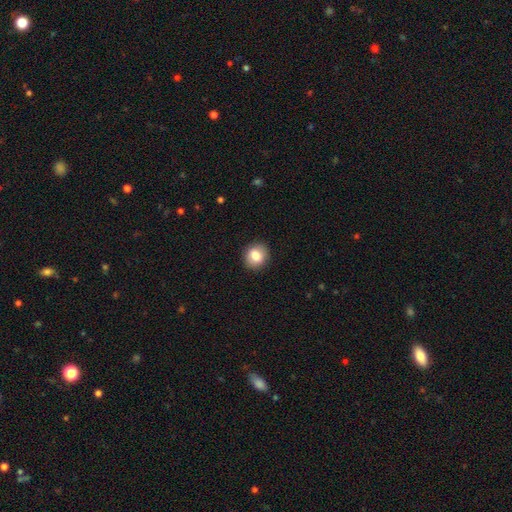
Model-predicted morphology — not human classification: This appears to be a smooth galaxy with no disk features (82%) that is round (76%). Merging: none (90%).